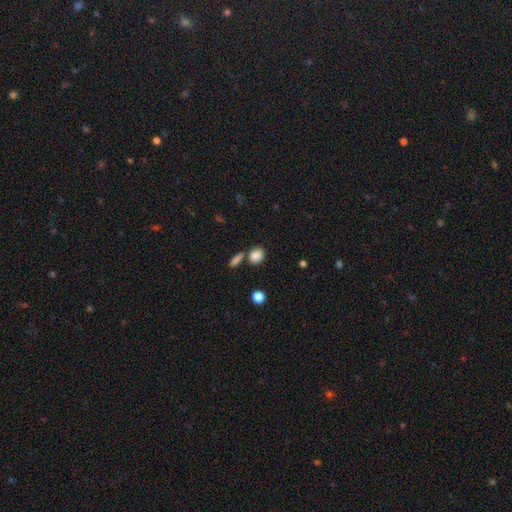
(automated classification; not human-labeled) Smooth or featured? smooth (85%)
How rounded? round (61%)
Merging? none (66%)